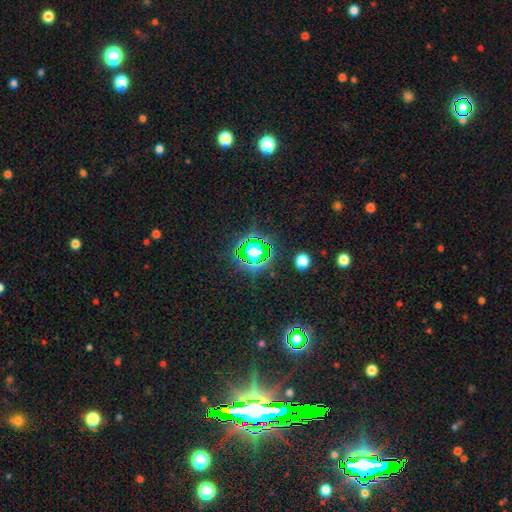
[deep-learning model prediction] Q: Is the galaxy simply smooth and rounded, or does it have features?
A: star or artifact — 77%.